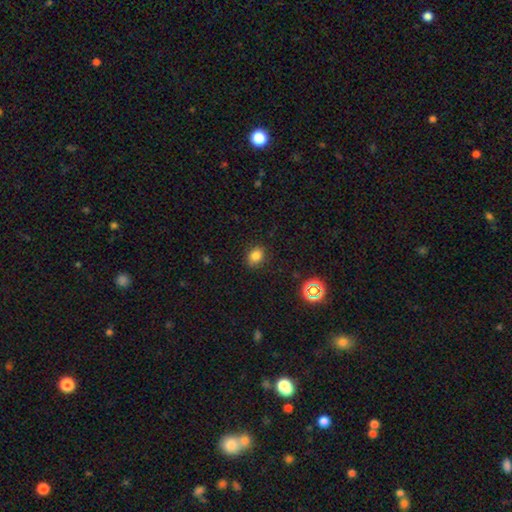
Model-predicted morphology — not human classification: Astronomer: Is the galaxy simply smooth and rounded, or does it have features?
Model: smooth — 81%.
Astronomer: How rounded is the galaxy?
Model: in between — 59% (runner-up: round, 40%).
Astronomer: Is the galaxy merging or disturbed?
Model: none — 86%.